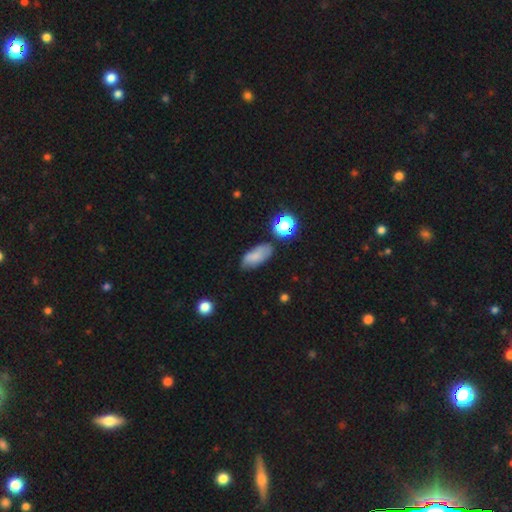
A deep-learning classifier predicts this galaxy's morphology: Q: Smooth or featured?
A: smooth (73%); runner-up: featured or disk (16%)
Q: How rounded?
A: in between (87%); runner-up: cigar-shaped (9%)
Q: Merging?
A: none (66%); runner-up: minor disturbance (22%)